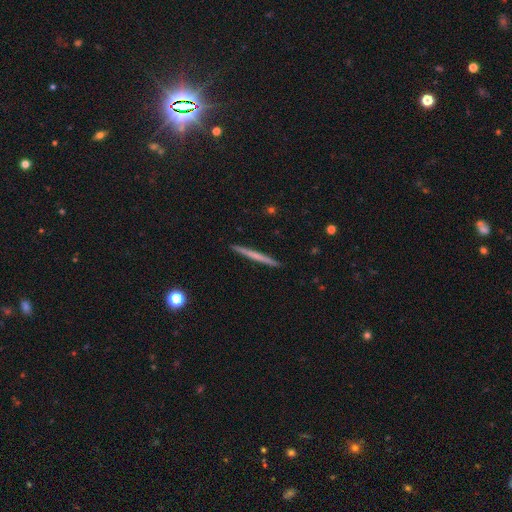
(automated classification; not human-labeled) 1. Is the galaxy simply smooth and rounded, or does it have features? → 52% smooth, 42% featured or disk, 6% star or artifact.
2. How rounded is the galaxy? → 97% cigar-shaped, 2% in between, 2% round.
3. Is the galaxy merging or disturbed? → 93% none, 5% minor disturbance, 1% major disturbance, 1% merger.